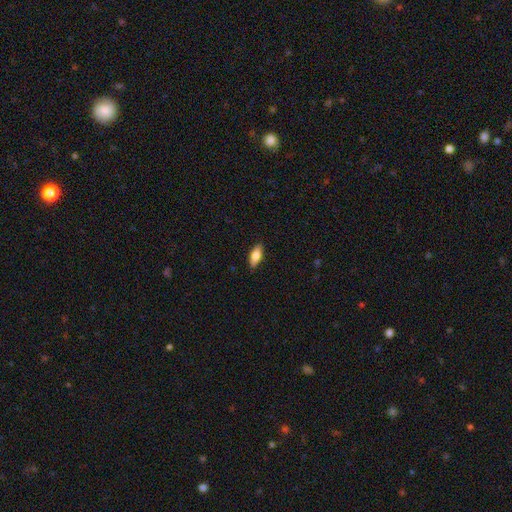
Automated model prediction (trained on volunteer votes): Smooth or featured?
  - smooth: 71% *
  - featured or disk: 22%
  - star or artifact: 6%
How rounded?
  - in between: 75% *
  - cigar-shaped: 22%
  - round: 3%
Merging?
  - none: 87% *
  - minor disturbance: 10%
  - major disturbance: 2%
  - merger: 1%